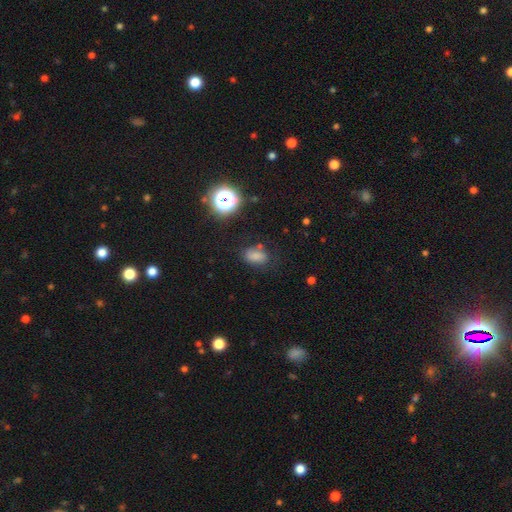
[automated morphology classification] This is likely a smooth galaxy (74%). How rounded: clearly in between (84%). Merging: likely none (68%).